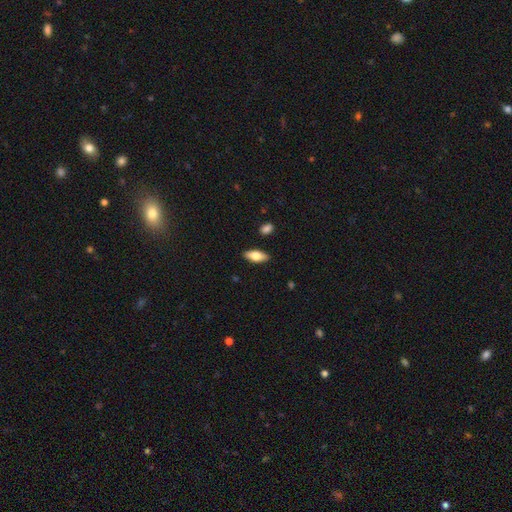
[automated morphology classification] Overall: smooth (70%). How rounded: in between (81%). Merging: none (88%).